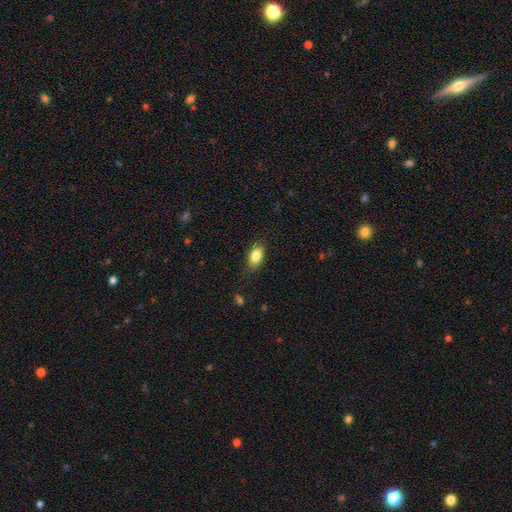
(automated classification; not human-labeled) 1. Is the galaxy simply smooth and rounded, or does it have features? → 84% smooth, 9% featured or disk, 8% star or artifact.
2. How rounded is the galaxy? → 87% in between, 9% round, 4% cigar-shaped.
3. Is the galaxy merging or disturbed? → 82% none, 14% minor disturbance, 3% major disturbance, 1% merger.